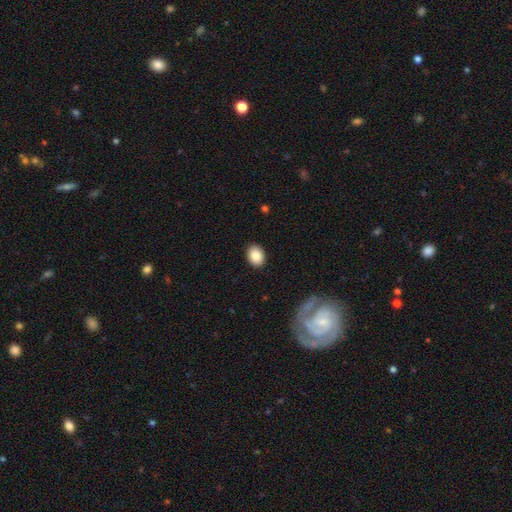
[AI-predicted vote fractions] Overall: smooth (86%). How rounded: in between (70%). Merging: none (90%).